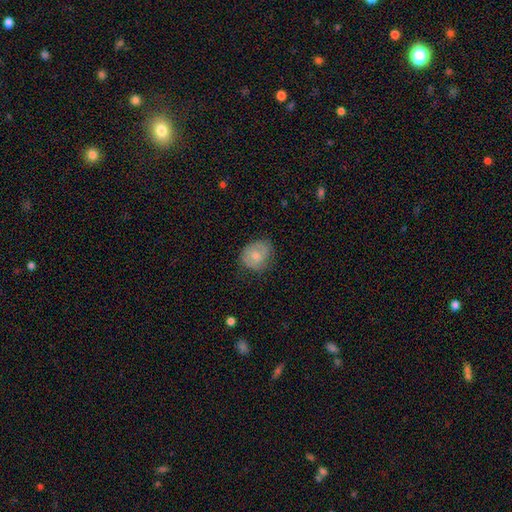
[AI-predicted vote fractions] This appears to be a smooth galaxy with no disk features (55%) that is round (68%). Merging: none (68%).